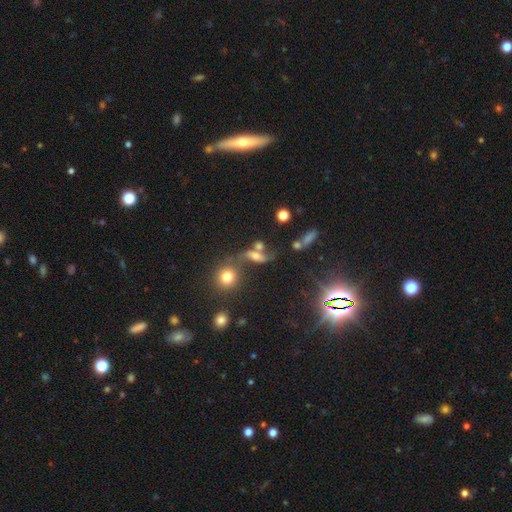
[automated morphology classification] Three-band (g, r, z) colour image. It shows a smooth galaxy with no disk features (46%). Merging: merger (35%, tied with none).